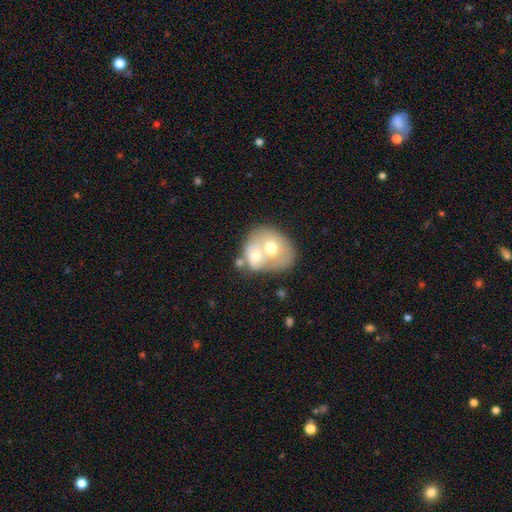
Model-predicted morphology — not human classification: Smooth or featured? Predicted: smooth (p=0.55). How rounded? Predicted: in between (p=0.50). Merging? Predicted: merger (p=0.72).